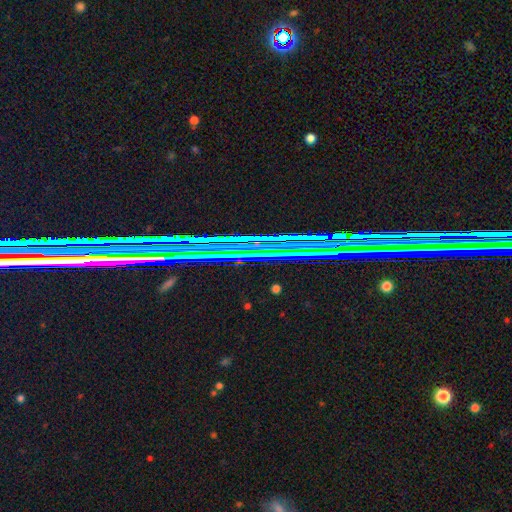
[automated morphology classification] Smooth or featured? star or artifact (62%)